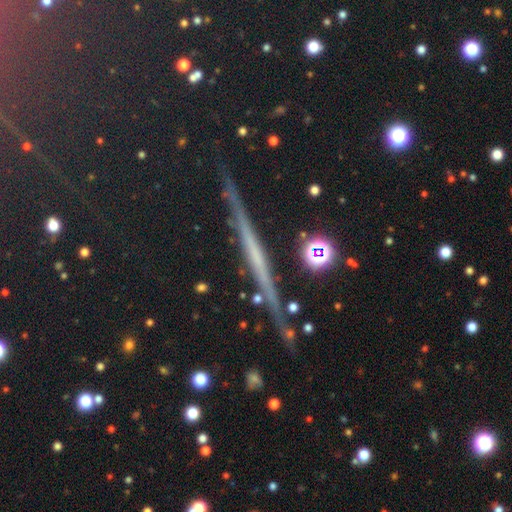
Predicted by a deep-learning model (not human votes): Q: Smooth or featured?
A: featured or disk (52%); runner-up: star or artifact (27%)
Q: Edge-on disk?
A: yes (93%); runner-up: no (7%)
Q: Merging?
A: none (86%); runner-up: minor disturbance (9%)